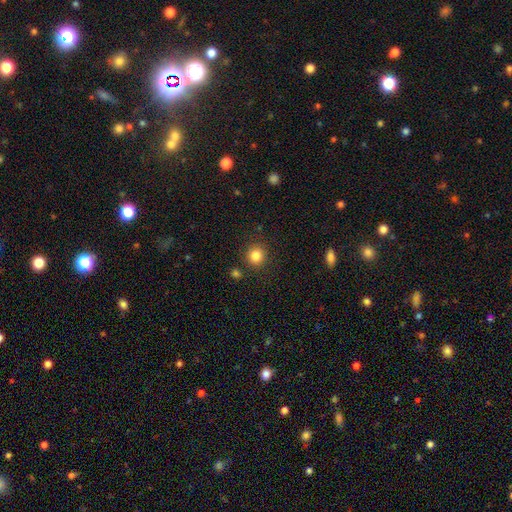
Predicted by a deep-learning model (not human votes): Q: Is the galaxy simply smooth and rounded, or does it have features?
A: smooth — 83%.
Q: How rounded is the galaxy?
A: round — 87%.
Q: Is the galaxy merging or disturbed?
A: none — 87%.